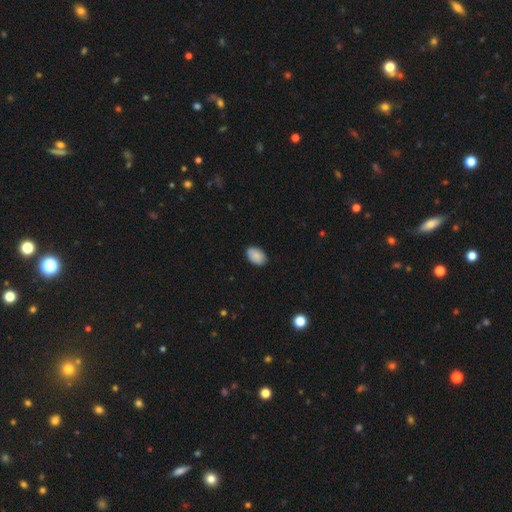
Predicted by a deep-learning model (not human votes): Smooth or featured? smooth (88%)
How rounded? in between (90%)
Merging? none (86%)